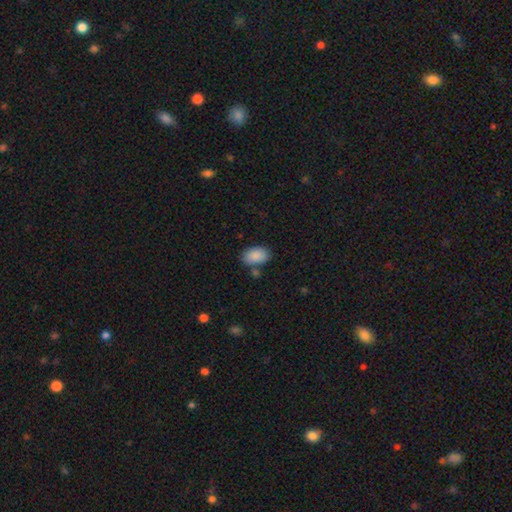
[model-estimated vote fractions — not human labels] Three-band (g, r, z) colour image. It shows a smooth galaxy with no disk features (89%) that is in between round and cigar-shaped (92%). Merging: none (73%).